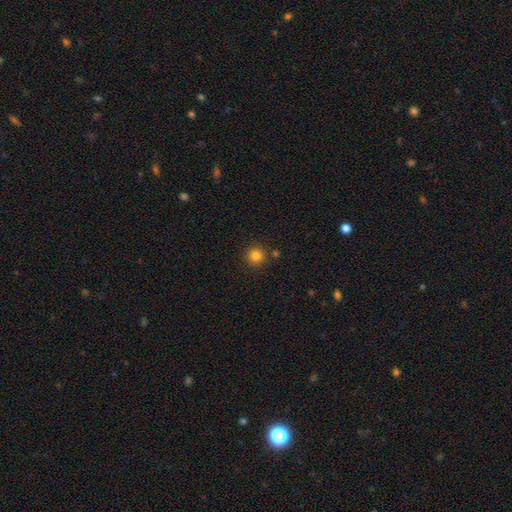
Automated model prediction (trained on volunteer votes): Morphology: type=smooth (82%); roundness=round (94%); merging=none (87%).